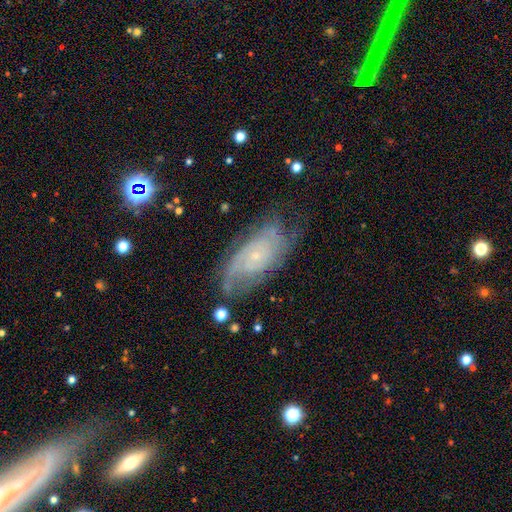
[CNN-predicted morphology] Smooth or featured?
  - featured or disk: 78% *
  - smooth: 14%
  - star or artifact: 8%
Edge-on disk?
  - no: 94% *
  - yes: 6%
Bar?
  - no: 76% *
  - weak: 20%
  - strong: 4%
Spiral arms?
  - yes: 93% *
  - no: 7%
Spiral winding?
  - tight: 57% *
  - medium: 32%
  - loose: 11%
Spiral arm count?
  - can't tell: 41% *
  - 2: 28%
  - 3: 13%
  - 4: 7%
  - 1: 6%
  - more than 4: 5%
Bulge size?
  - small: 83% *
  - moderate: 11%
  - none: 4%
  - large: 1%
  - dominant: 1%
Merging?
  - none: 64% *
  - minor disturbance: 23%
  - major disturbance: 11%
  - merger: 2%